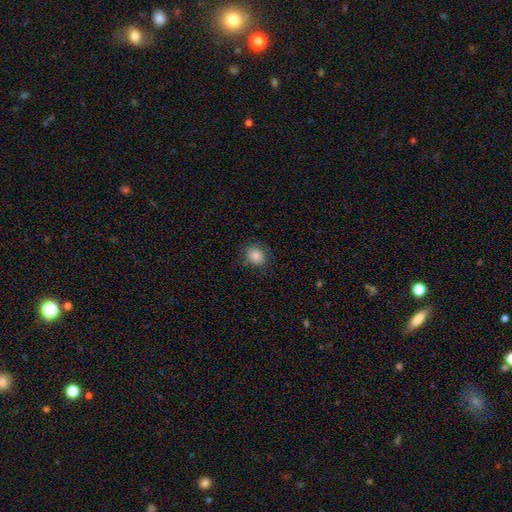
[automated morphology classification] This appears to be a smooth galaxy with no disk features (84%) that is round (57%). Merging: none (76%).